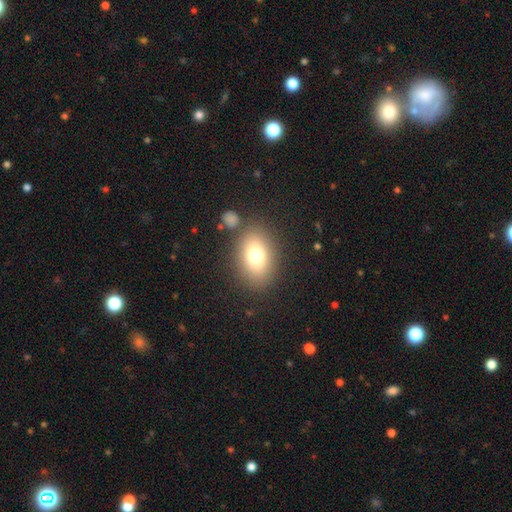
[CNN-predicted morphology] A smooth galaxy with no disk features (76%) that is in between round and cigar-shaped (77%). Merging: none (81%).